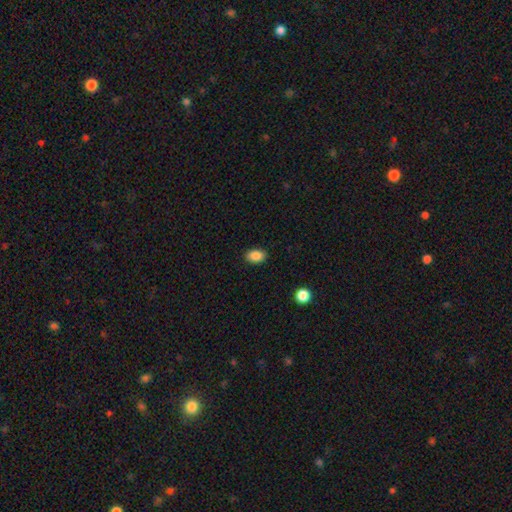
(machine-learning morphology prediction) smooth-or-featured: smooth: 88% | star or artifact: 9% | featured or disk: 3%
  how-rounded: in between: 84% | round: 14% | cigar-shaped: 1%
  merging: none: 89% | minor disturbance: 8% | major disturbance: 2% | merger: 1%